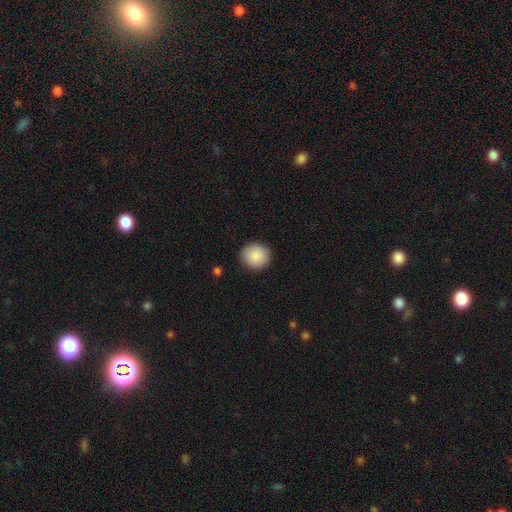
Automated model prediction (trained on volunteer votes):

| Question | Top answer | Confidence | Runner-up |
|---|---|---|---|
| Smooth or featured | smooth | 88% | star or artifact (7%) |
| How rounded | round | 87% | in between (12%) |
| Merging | none | 90% | minor disturbance (7%) |